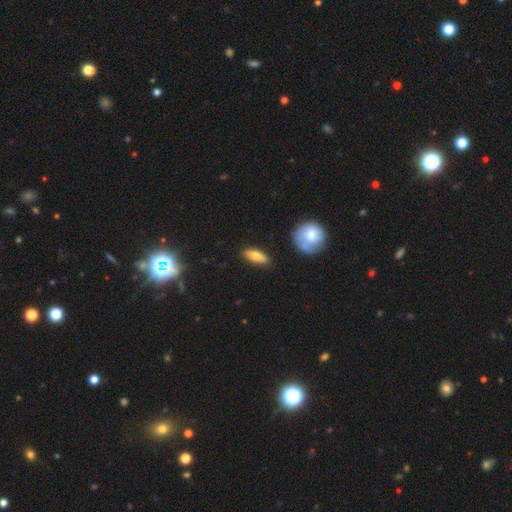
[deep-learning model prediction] Smooth or featured?
  - smooth: 66% *
  - featured or disk: 27%
  - star or artifact: 7%
How rounded?
  - in between: 62% *
  - cigar-shaped: 33%
  - round: 4%
Merging?
  - none: 83% *
  - minor disturbance: 12%
  - merger: 3%
  - major disturbance: 3%